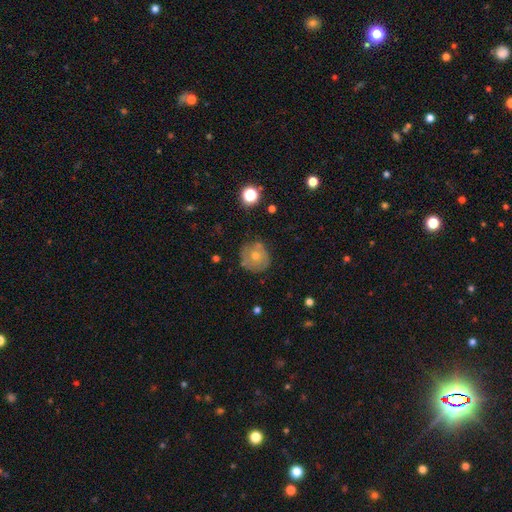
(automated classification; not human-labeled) smooth 45%, featured or disk 43%, star or artifact 12%. Down the decision tree: merging — none (75%).